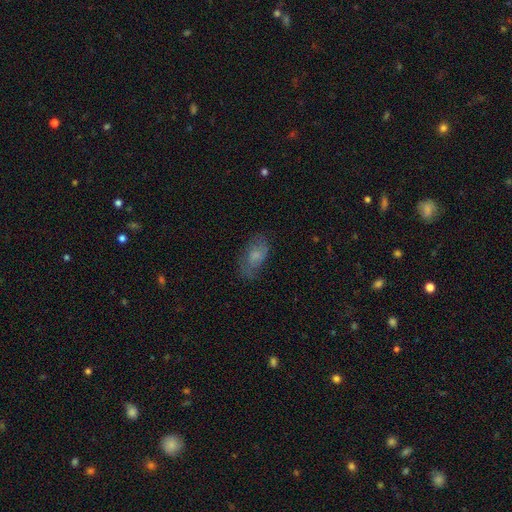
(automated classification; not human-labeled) This is possibly a smooth galaxy (55%). How rounded: clearly in between (88%). Merging: likely none (65%).